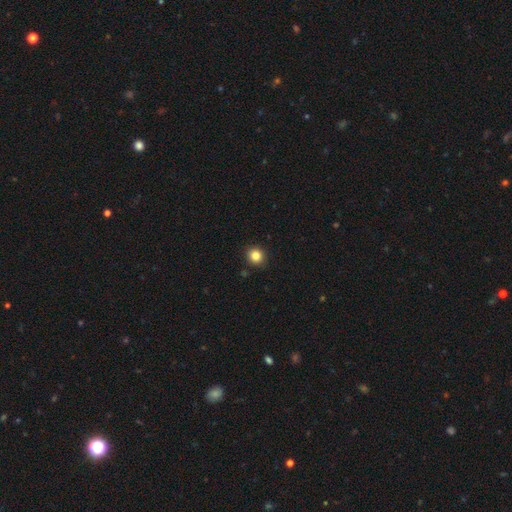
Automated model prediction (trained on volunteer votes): Smooth or featured: smooth — 84% (star or artifact — 11%)
How rounded: round — 90% (in between — 9%)
Merging: none — 92% (minor disturbance — 5%)